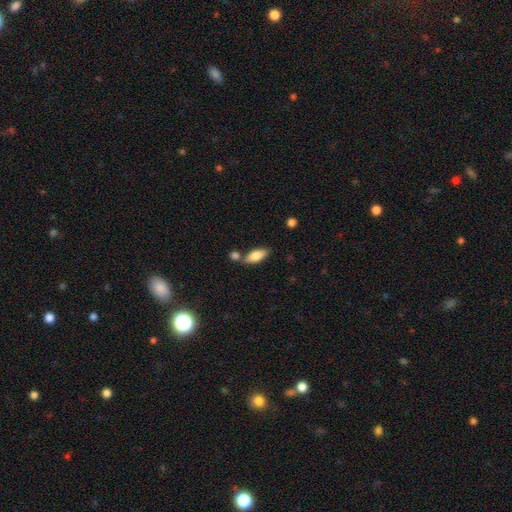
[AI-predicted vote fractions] Morphology: type=smooth (80%); roundness=in between (80%); merging=none (62%).